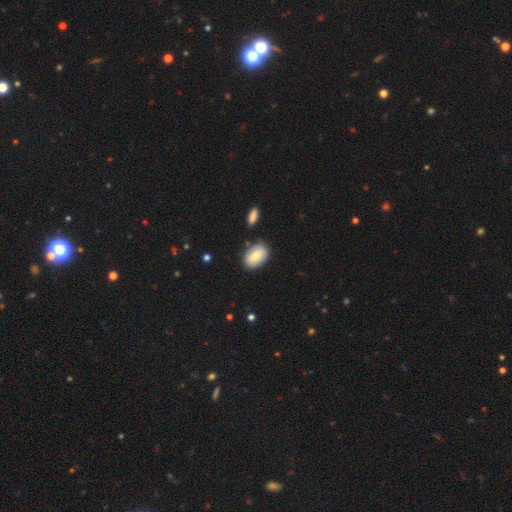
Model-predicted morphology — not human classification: type=smooth (75%); roundness=in between (88%); merging=none (78%).